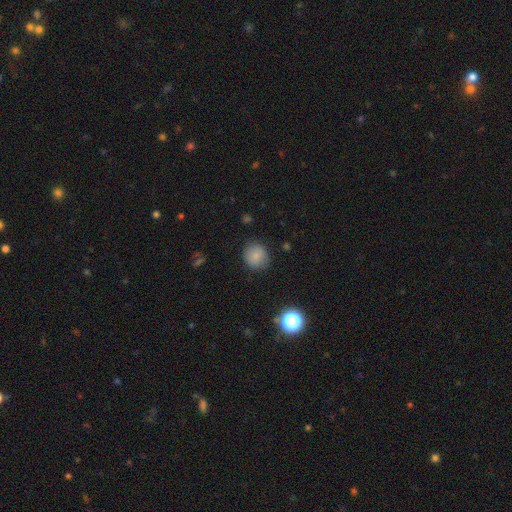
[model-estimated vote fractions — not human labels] The model was most divided on "how rounded": round: 84%, in between: 15%, cigar-shaped: 1%. More confident: merging — none (84%); smooth or featured — smooth (81%).